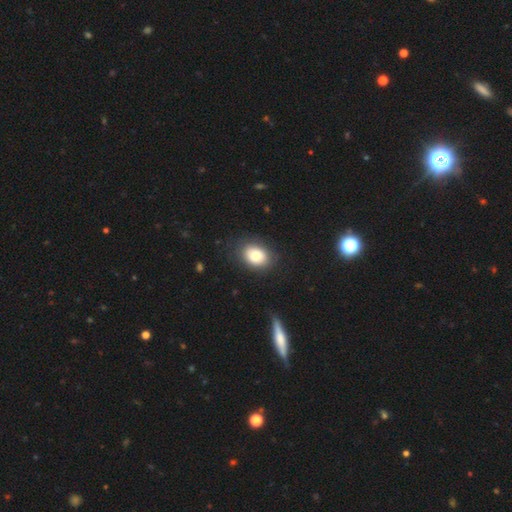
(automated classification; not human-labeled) This appears to be a smooth galaxy with no disk features (77%) that is in between round and cigar-shaped (69%). Merging: none (83%).